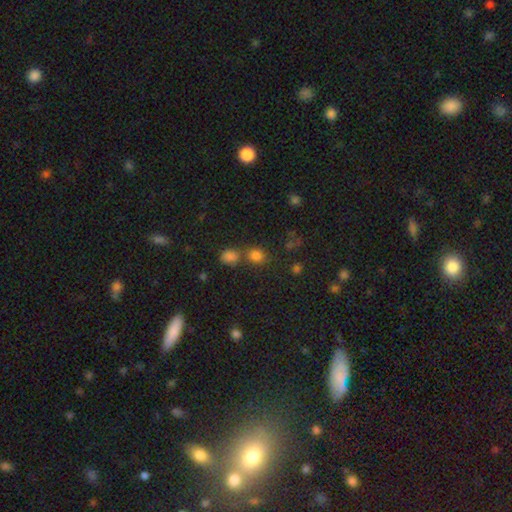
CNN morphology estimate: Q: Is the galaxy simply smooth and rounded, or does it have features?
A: smooth — 75%.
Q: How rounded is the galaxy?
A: round — 61%.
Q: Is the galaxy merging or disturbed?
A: none — 55%.